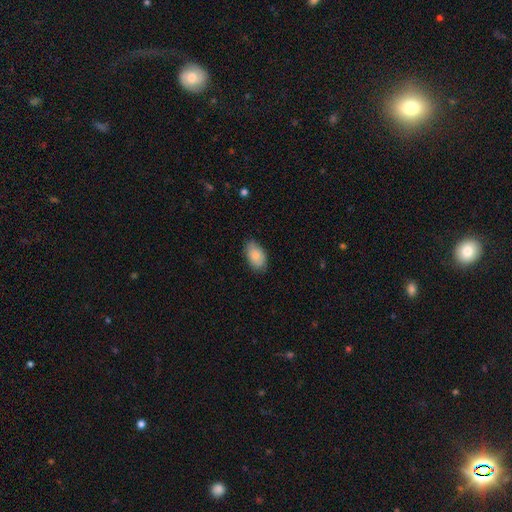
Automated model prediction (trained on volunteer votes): A smooth galaxy with no disk features (85%) that is in between round and cigar-shaped (93%).

Vote fractions:
- Smooth or featured? smooth: 85% / featured or disk: 9% / star or artifact: 6%
- How rounded? in between: 93% / round: 5% / cigar-shaped: 2%
- Merging? none: 81% / minor disturbance: 15% / major disturbance: 3% / merger: 1%